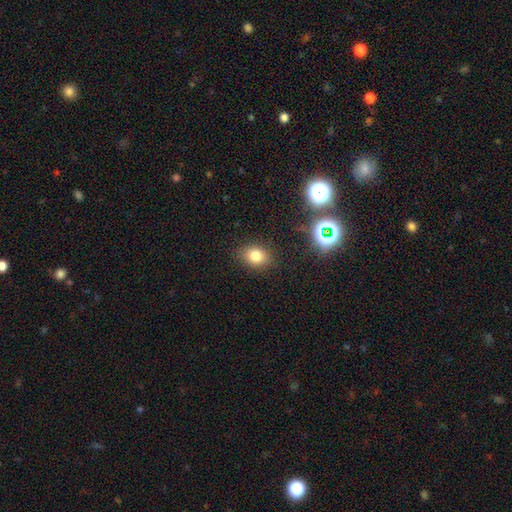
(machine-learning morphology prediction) type=smooth (78%); roundness=in between (59%); merging=none (84%).